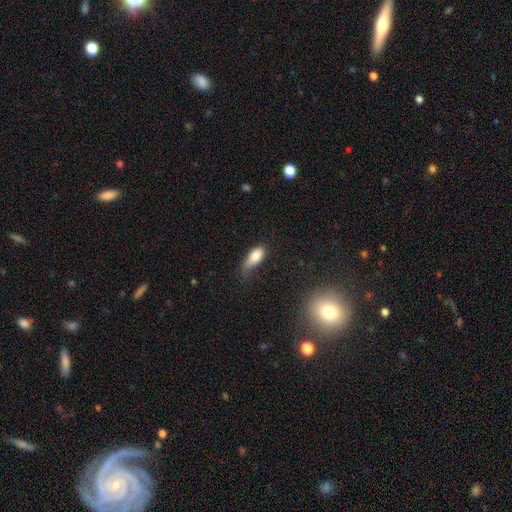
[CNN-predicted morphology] Smooth or featured: smooth — 81% (featured or disk — 12%)
How rounded: in between — 84% (cigar-shaped — 11%)
Merging: minor disturbance — 42% (none — 30%)